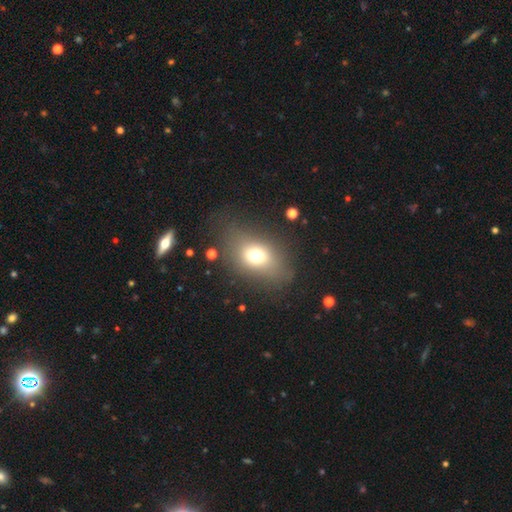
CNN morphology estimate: Smooth or featured: smooth — 68% (featured or disk — 17%)
How rounded: in between — 67% (round — 31%)
Merging: none — 67% (minor disturbance — 18%)